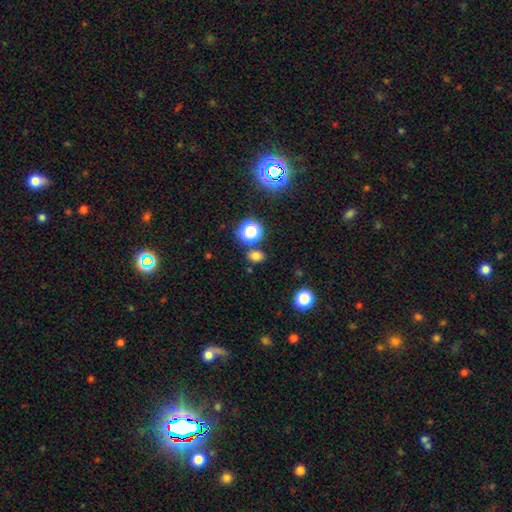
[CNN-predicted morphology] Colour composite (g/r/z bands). It shows a smooth galaxy with no disk features (73%) that is round (50%). Merging: none (79%).